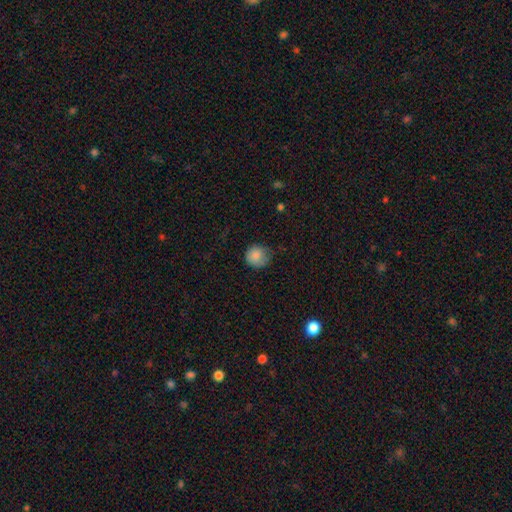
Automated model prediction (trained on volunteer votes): smooth-or-featured: smooth: 85% | star or artifact: 8% | featured or disk: 6%
  how-rounded: round: 88% | in between: 11% | cigar-shaped: 1%
  merging: none: 61% | minor disturbance: 30% | major disturbance: 8% | merger: 1%